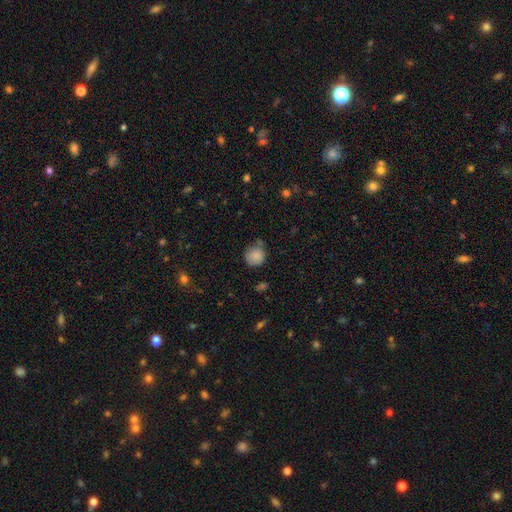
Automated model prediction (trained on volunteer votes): Smooth or featured? Predicted: smooth (p=0.86). How rounded? Predicted: round (p=0.90). Merging? Predicted: none (p=0.67).